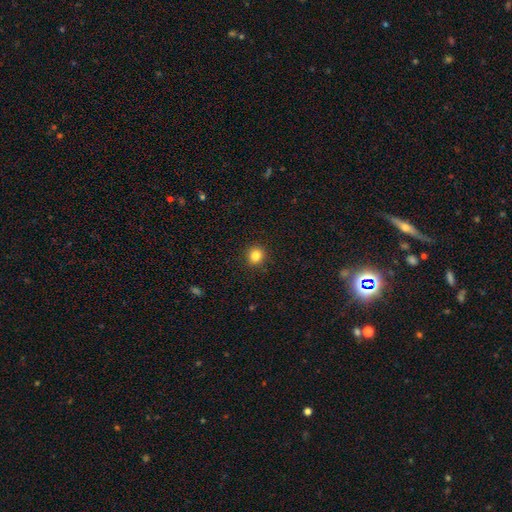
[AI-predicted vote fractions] A smooth galaxy with no disk features (84%) that is round (87%). Merging: none (91%).